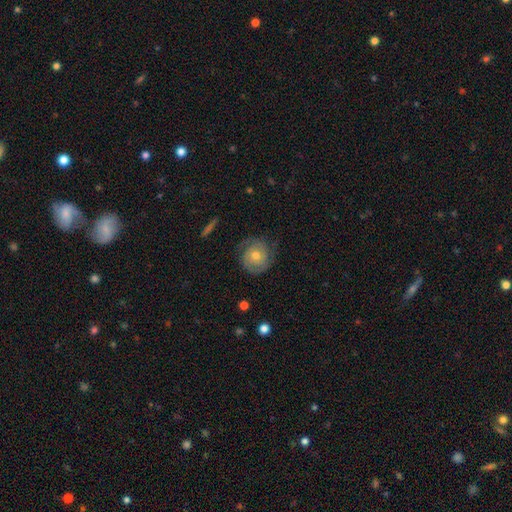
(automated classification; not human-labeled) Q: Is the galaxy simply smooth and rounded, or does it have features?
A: featured or disk — 71%.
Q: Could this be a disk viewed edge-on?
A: no — 97%.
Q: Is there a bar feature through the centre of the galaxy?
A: no — 79%.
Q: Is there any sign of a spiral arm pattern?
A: yes — 90%.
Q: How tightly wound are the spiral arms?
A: tight — 68%.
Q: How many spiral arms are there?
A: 2 — 58%.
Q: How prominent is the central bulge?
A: moderate — 58%.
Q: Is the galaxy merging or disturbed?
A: none — 77%.